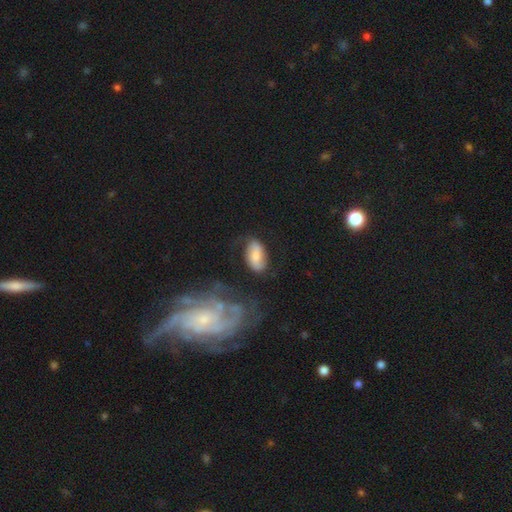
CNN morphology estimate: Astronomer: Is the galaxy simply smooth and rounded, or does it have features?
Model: smooth — 59%.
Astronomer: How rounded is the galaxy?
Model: in between — 91%.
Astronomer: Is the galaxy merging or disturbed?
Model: none — 68%.